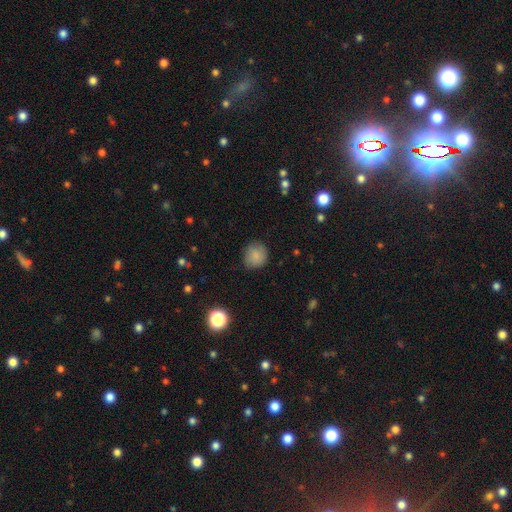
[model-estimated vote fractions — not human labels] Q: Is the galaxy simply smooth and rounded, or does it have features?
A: smooth — 84%.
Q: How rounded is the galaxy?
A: round — 85%.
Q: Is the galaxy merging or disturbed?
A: none — 81%.